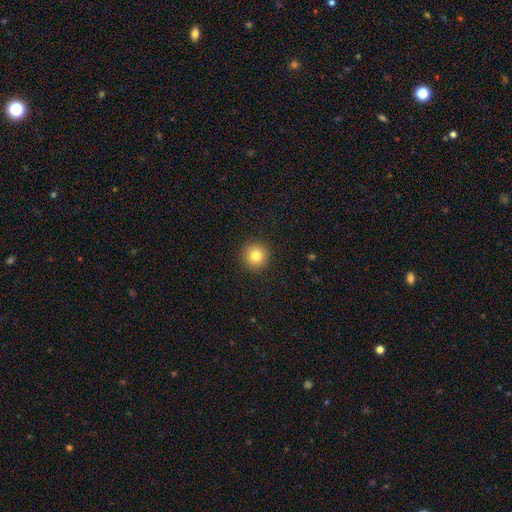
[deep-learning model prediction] This appears to be a smooth galaxy with no disk features (81%) that is round (95%). Merging: none (92%).